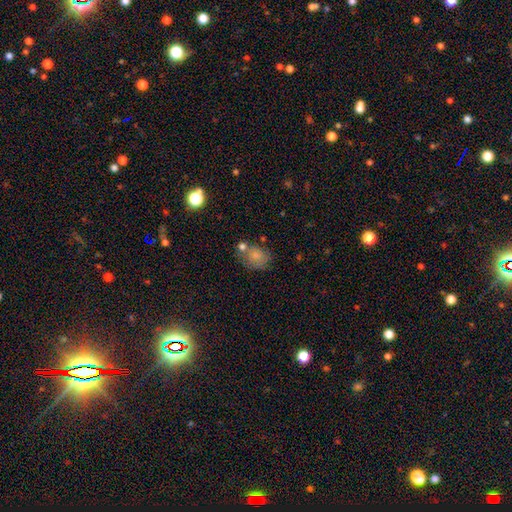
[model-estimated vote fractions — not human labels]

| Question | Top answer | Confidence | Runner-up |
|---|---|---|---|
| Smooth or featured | smooth | 76% | featured or disk (14%) |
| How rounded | in between | 51% | round (48%) |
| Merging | none | 48% | merger (22%) |